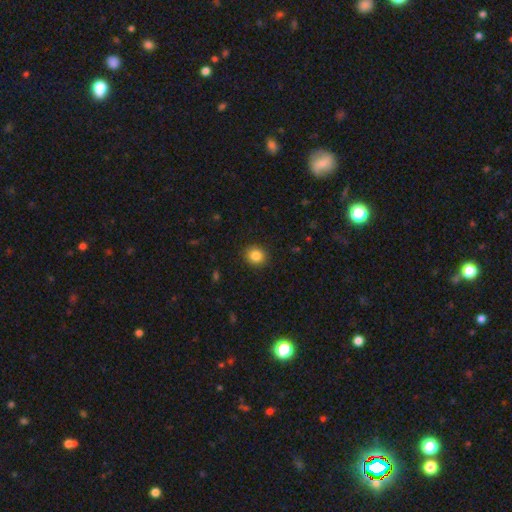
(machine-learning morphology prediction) smooth 85%, star or artifact 10%, featured or disk 5%. Down the decision tree: how rounded — round (82%); merging — none (90%).